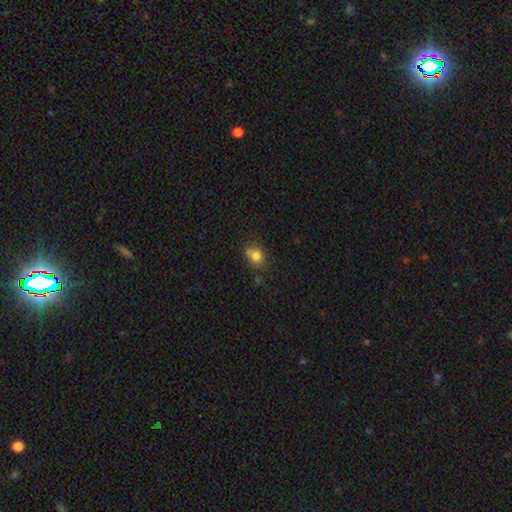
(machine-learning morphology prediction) Smooth or featured? Predicted: smooth (p=0.78). How rounded? Predicted: round (p=0.59). Merging? Predicted: none (p=0.55).